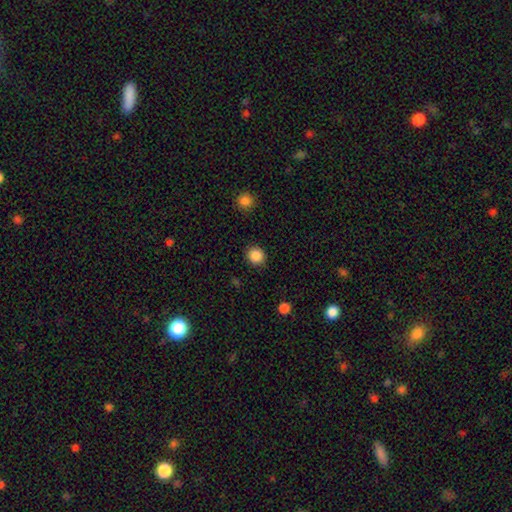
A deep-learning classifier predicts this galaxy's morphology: Q: Smooth or featured?
A: smooth (87%); runner-up: star or artifact (10%)
Q: How rounded?
A: round (87%); runner-up: in between (12%)
Q: Merging?
A: none (90%); runner-up: minor disturbance (6%)